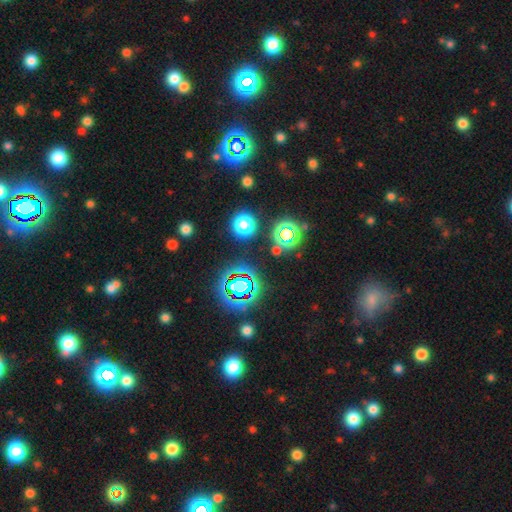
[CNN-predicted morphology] Overall: star or artifact (71%).